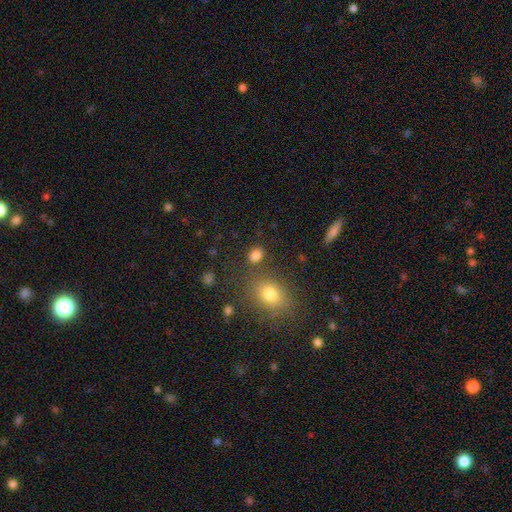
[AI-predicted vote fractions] This is clearly a smooth galaxy (81%). How rounded: possibly round (59%). Merging: likely none (78%).